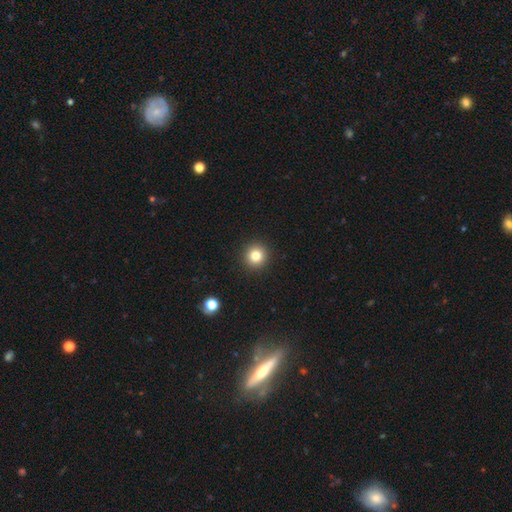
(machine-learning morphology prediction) Smooth or featured: smooth — 81% (star or artifact — 12%)
How rounded: round — 95% (in between — 4%)
Merging: none — 93% (minor disturbance — 4%)